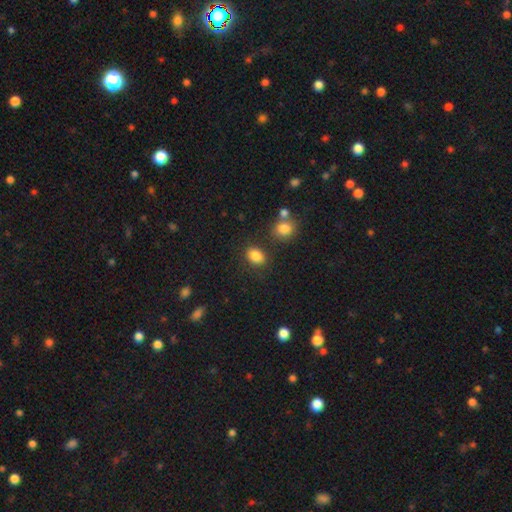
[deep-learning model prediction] smooth_or_featured: smooth (p=0.84) [alt: star or artifact p=0.10]
how_rounded: in between (p=0.69) [alt: round p=0.30]
merging: none (p=0.77) [alt: minor disturbance p=0.12]